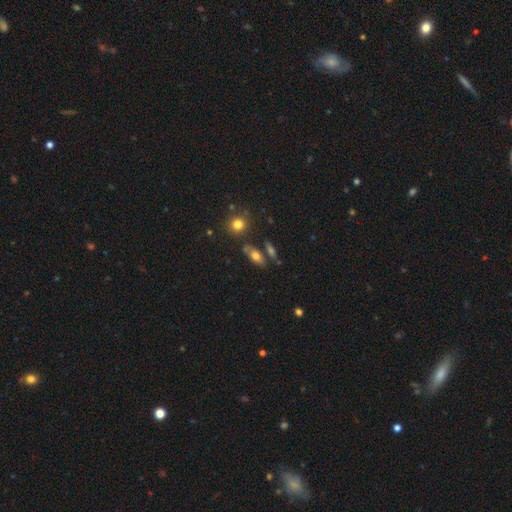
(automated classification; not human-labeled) Morphology: type=smooth (71%); roundness=in between (80%); merging=none (69%).